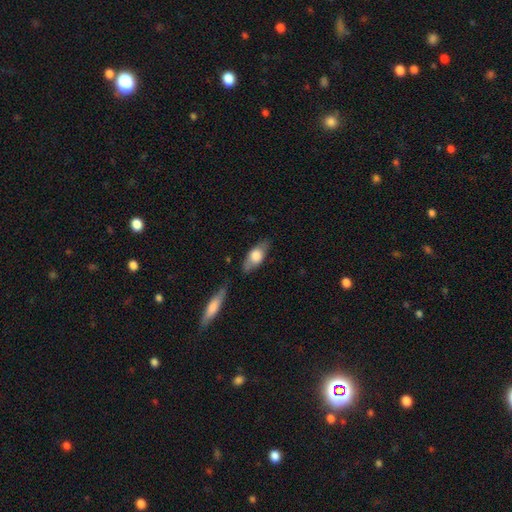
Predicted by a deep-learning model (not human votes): This is likely a smooth galaxy (61%). How rounded: likely in between (78%). Merging: likely none (70%).